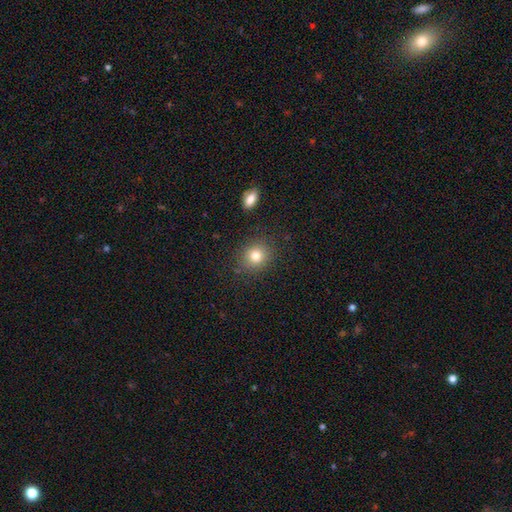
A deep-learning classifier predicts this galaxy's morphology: Smooth or featured: smooth — 80% (star or artifact — 12%)
How rounded: round — 78% (in between — 21%)
Merging: none — 86% (minor disturbance — 9%)